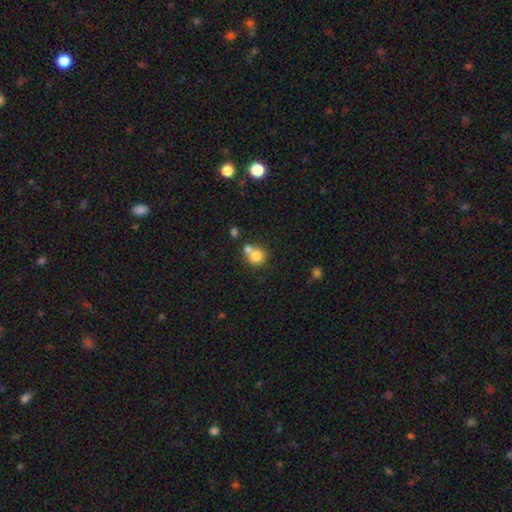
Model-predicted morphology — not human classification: Overall: smooth (79%). How rounded: round (88%). Merging: none (49%; merger 39%).